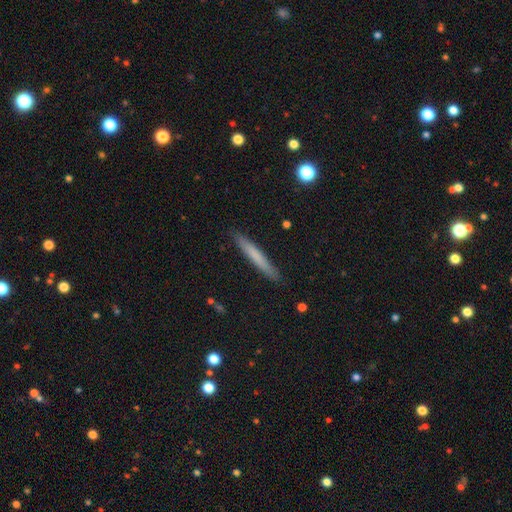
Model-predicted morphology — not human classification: Overall: smooth (67%). How rounded: cigar-shaped (96%). Merging: none (90%).